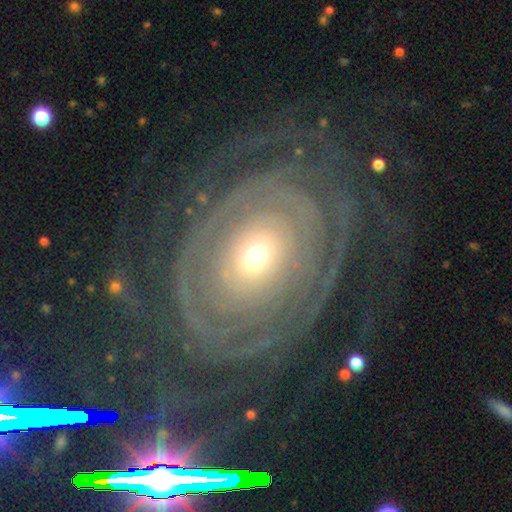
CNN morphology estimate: This is clearly a featured or disk galaxy (85%). It is clearly not viewed edge-on (96%). Bar: clearly no (81%). Spiral arm pattern: clearly yes (89%). Spiral arm count: marginally can't tell (34%). Spiral winding: likely tight (76%). Central bulge: possibly small (51%). Merging: likely none (68%).